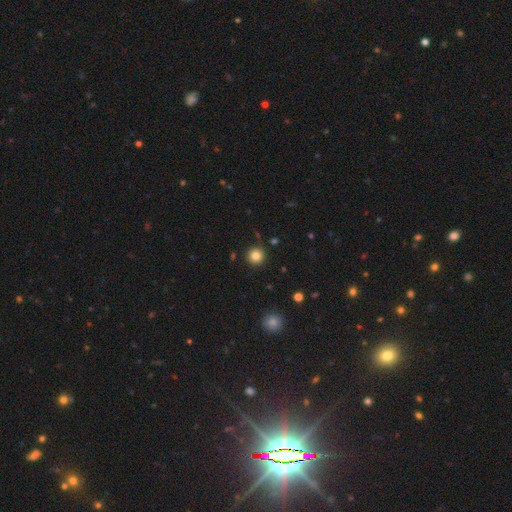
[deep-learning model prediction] A smooth galaxy with no disk features (83%) that is round (95%).

Vote fractions:
- Smooth or featured? smooth: 83% / star or artifact: 12% / featured or disk: 5%
- How rounded? round: 95% / in between: 4% / cigar-shaped: 1%
- Merging? none: 91% / minor disturbance: 6% / major disturbance: 2% / merger: 2%